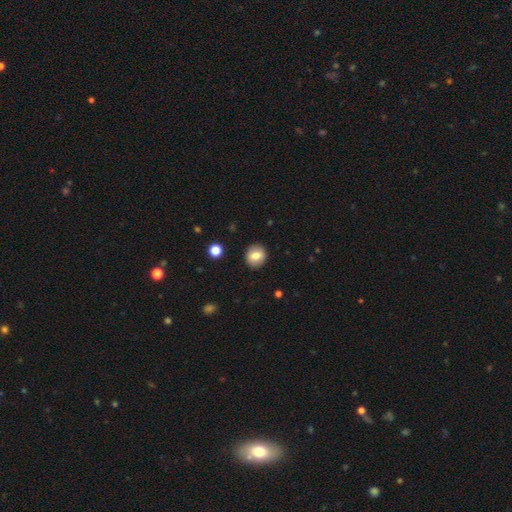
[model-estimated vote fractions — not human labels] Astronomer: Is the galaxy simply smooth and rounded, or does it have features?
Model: smooth — 76%.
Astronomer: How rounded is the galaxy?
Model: round — 81%.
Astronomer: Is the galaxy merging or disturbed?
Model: none — 90%.